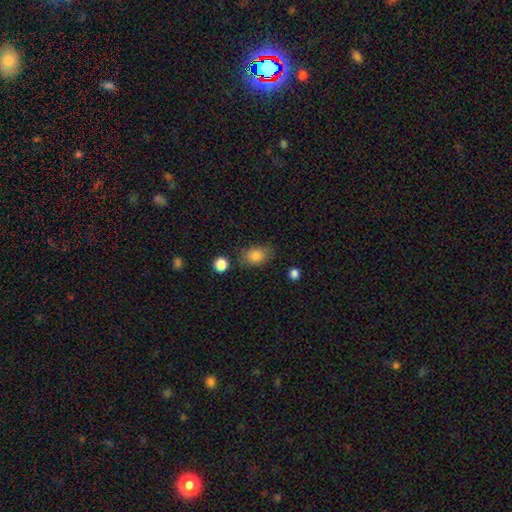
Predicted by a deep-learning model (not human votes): smooth_or_featured: smooth (p=0.85) [alt: star or artifact p=0.09]
how_rounded: in between (p=0.78) [alt: round p=0.20]
merging: none (p=0.71) [alt: minor disturbance p=0.19]